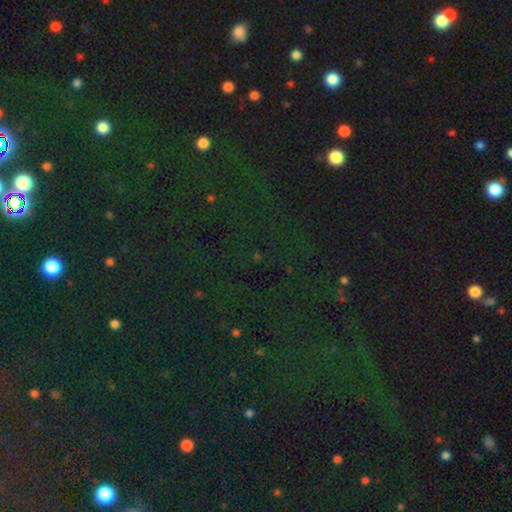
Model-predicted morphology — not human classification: type=star or artifact (79%).